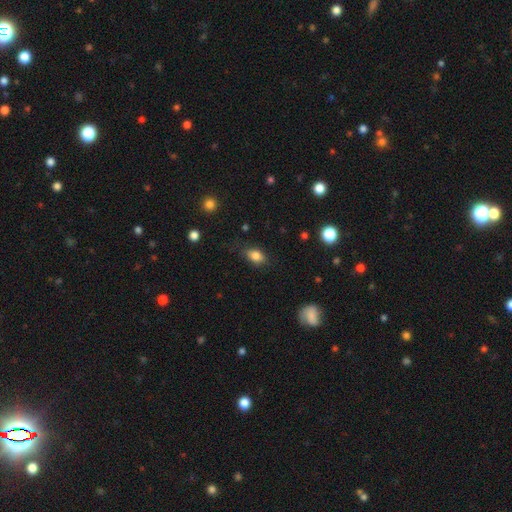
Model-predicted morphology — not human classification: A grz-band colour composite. It shows a smooth galaxy with no disk features (83%) that is in between round and cigar-shaped (83%). Merging: none (77%).